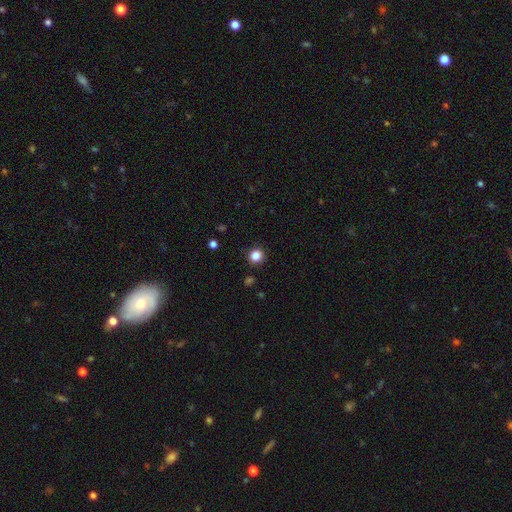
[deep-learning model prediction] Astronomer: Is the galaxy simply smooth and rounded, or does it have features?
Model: smooth — 85%.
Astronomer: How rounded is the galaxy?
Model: round — 92%.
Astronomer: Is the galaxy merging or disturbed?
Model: none — 91%.